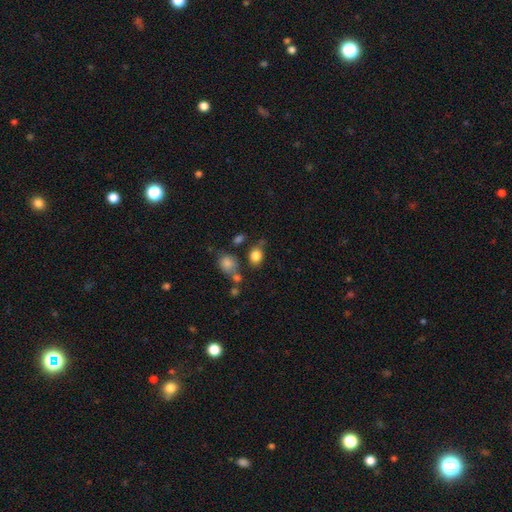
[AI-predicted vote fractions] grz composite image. It shows a smooth galaxy with no disk features (82%) that is round (49%, tied with in between). Merging: none (67%).